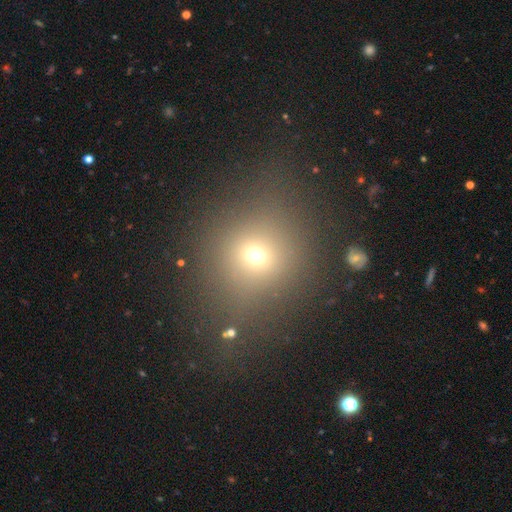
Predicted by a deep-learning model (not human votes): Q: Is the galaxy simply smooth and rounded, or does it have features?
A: smooth — 64%.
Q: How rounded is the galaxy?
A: round — 80%.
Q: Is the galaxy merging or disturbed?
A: none — 75%.